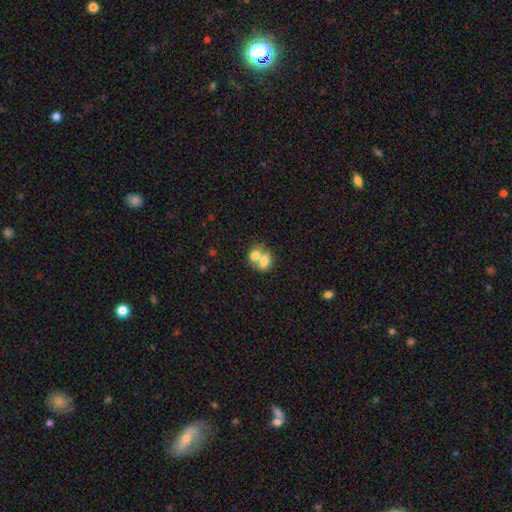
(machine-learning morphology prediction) Smooth or featured: smooth — 74% (featured or disk — 18%)
How rounded: in between — 67% (round — 32%)
Merging: merger — 68% (none — 22%)